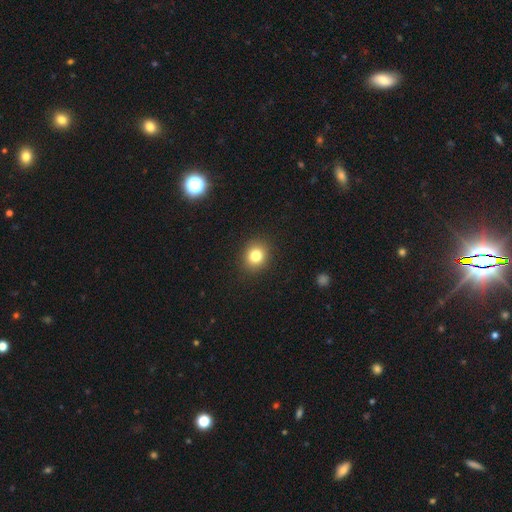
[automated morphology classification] Overall: smooth (80%). How rounded: round (74%). Merging: none (90%).